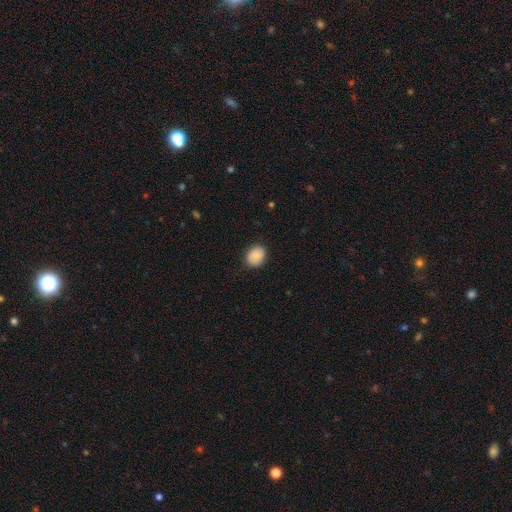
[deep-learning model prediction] Smooth or featured?
  - smooth: 87% *
  - star or artifact: 7%
  - featured or disk: 6%
How rounded?
  - in between: 53% *
  - round: 46%
  - cigar-shaped: 1%
Merging?
  - none: 85% *
  - minor disturbance: 11%
  - major disturbance: 3%
  - merger: 1%